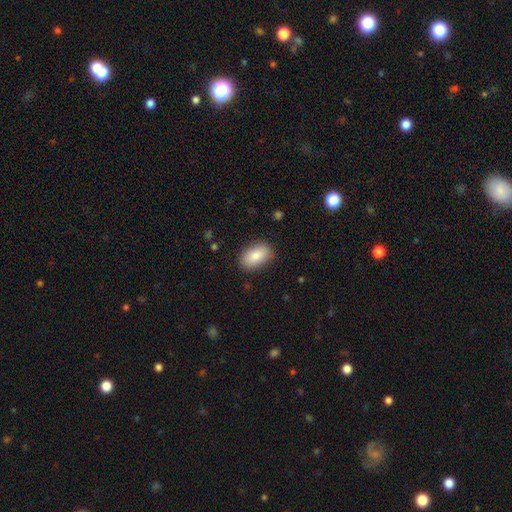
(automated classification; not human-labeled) A smooth galaxy with no disk features (86%) that is in between round and cigar-shaped (92%).

Vote fractions:
- Smooth or featured? smooth: 86% / featured or disk: 7% / star or artifact: 6%
- How rounded? in between: 92% / round: 6% / cigar-shaped: 2%
- Merging? none: 86% / minor disturbance: 11% / major disturbance: 3% / merger: 1%